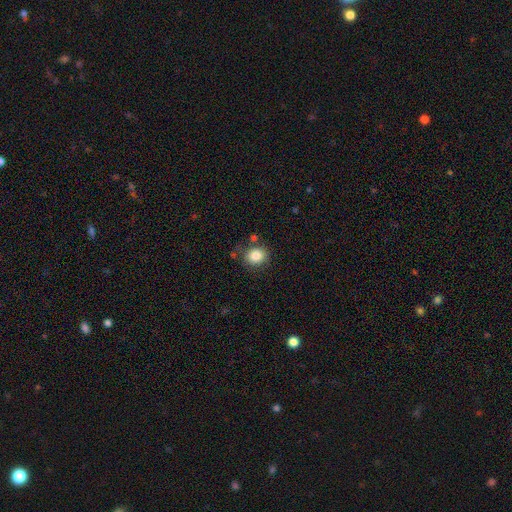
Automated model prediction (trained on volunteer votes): smooth-or-featured: smooth: 83% | star or artifact: 10% | featured or disk: 7%
  how-rounded: round: 78% | in between: 21% | cigar-shaped: 1%
  merging: none: 79% | minor disturbance: 13% | merger: 5% | major disturbance: 4%